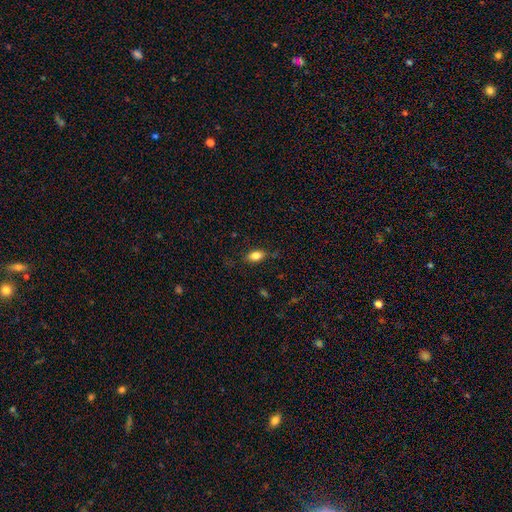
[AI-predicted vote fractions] This appears to be a smooth galaxy with no disk features (82%) that is in between round and cigar-shaped (86%). Merging: none (79%).